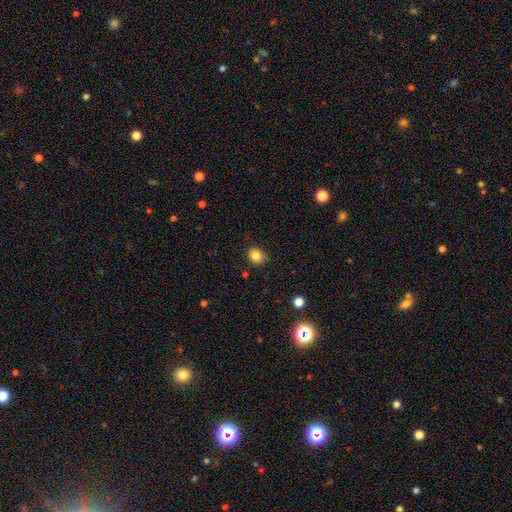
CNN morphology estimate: Smooth or featured?
  - smooth: 84% *
  - star or artifact: 12%
  - featured or disk: 5%
How rounded?
  - round: 74% *
  - in between: 25%
  - cigar-shaped: 1%
Merging?
  - none: 80% *
  - minor disturbance: 16%
  - major disturbance: 3%
  - merger: 2%